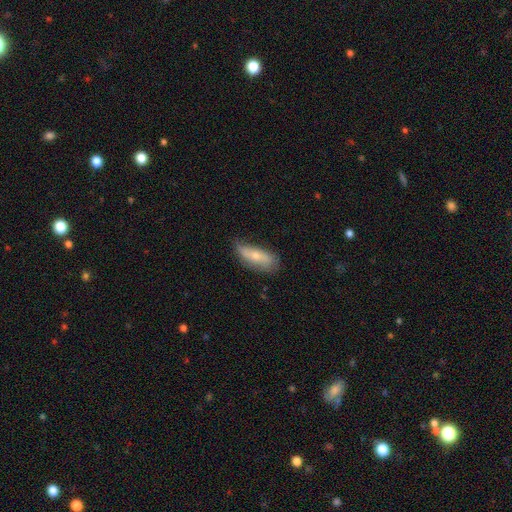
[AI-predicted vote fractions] smooth 58%, featured or disk 35%, star or artifact 7%. Down the decision tree: how rounded — in between (71%); merging — none (57%).